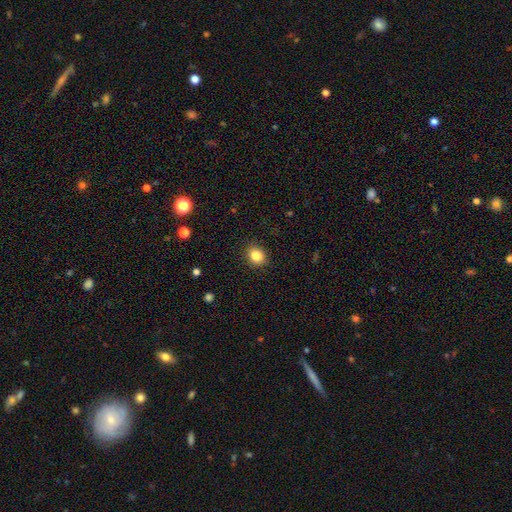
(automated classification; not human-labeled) smooth_or_featured: smooth (p=0.84) [alt: star or artifact p=0.10]
how_rounded: round (p=0.62) [alt: in between p=0.37]
merging: none (p=0.89) [alt: minor disturbance p=0.08]